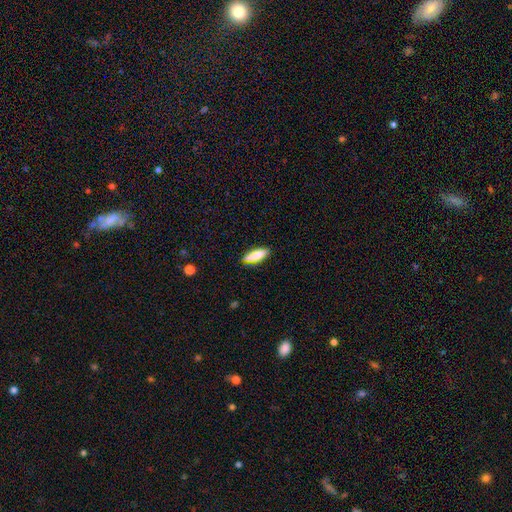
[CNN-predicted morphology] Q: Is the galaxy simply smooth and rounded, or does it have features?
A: smooth — 75%.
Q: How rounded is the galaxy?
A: in between — 51%.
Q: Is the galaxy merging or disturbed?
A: none — 85%.